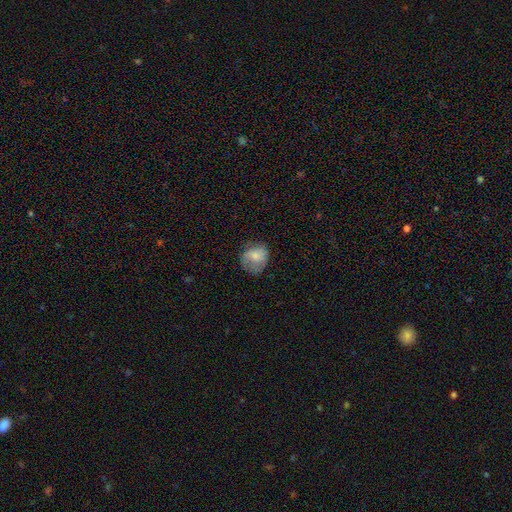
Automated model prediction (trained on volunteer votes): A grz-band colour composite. It shows a smooth galaxy with no disk features (70%) that is round (68%). Merging: none (56%).